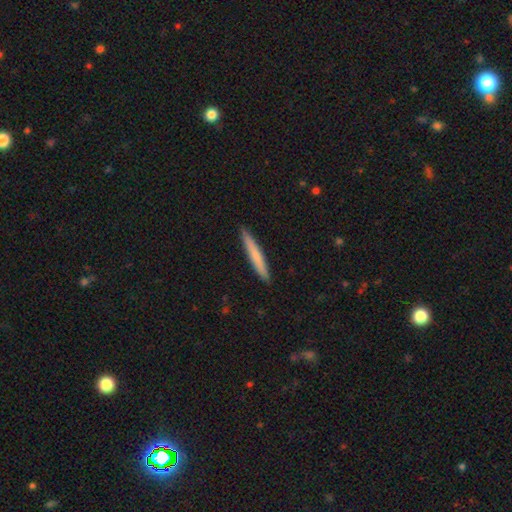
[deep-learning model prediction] This appears to be a smooth galaxy with no disk features (71%) that is cigar-shaped (96%). Merging: none (92%).